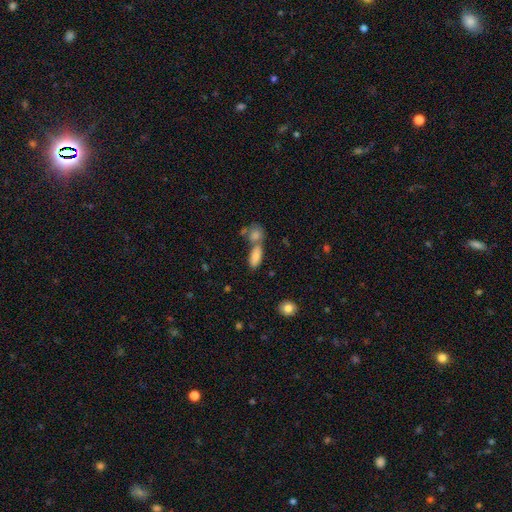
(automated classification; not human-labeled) Overall: smooth (83%). How rounded: in between (81%). Merging: merger (44%; none 42%).